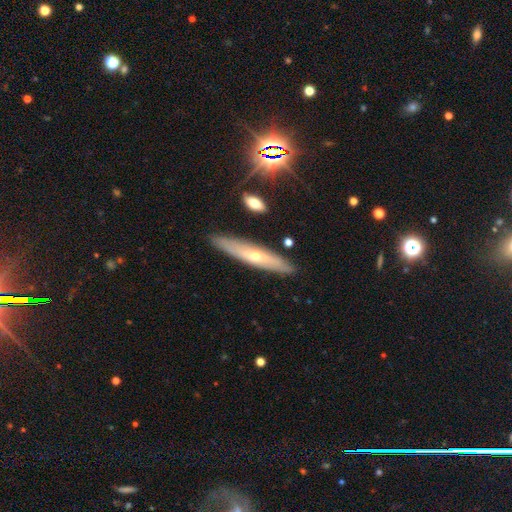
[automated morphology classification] type=featured or disk (58%); edge-on=yes (76%); merging=none (87%).